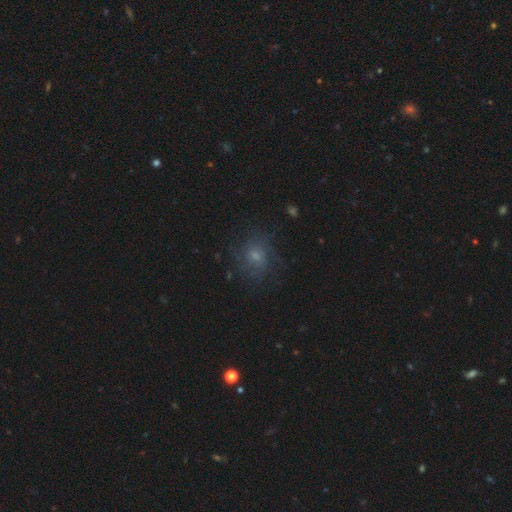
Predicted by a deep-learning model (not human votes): This appears to be a smooth galaxy with no disk features (42%). Merging: none (71%).